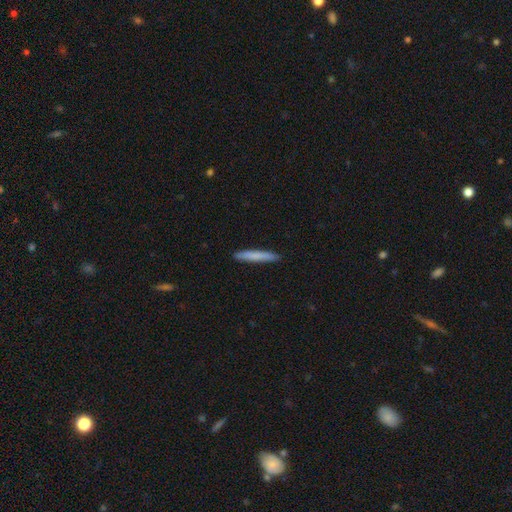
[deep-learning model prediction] smooth-or-featured: smooth: 76% | featured or disk: 18% | star or artifact: 5%
  how-rounded: cigar-shaped: 95% | in between: 4% | round: 1%
  merging: none: 90% | minor disturbance: 8% | major disturbance: 1% | merger: 1%